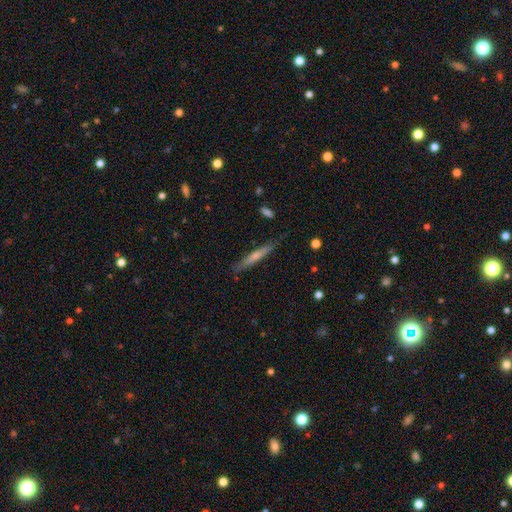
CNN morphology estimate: Smooth or featured: smooth — 55% (featured or disk — 39%)
How rounded: cigar-shaped — 94% (in between — 4%)
Merging: none — 82% (minor disturbance — 13%)